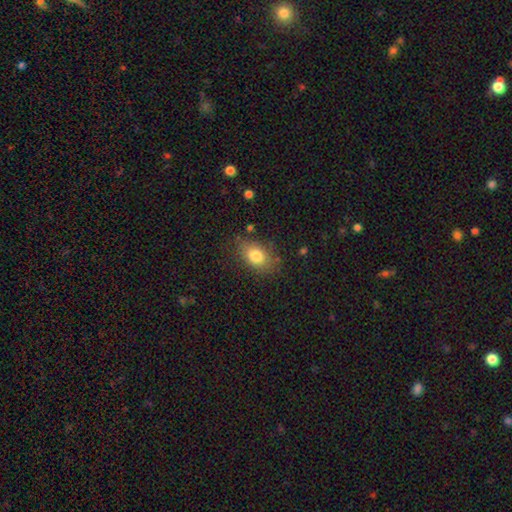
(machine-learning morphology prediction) Q: Smooth or featured?
A: smooth (80%); runner-up: featured or disk (11%)
Q: How rounded?
A: in between (82%); runner-up: round (16%)
Q: Merging?
A: none (76%); runner-up: minor disturbance (17%)